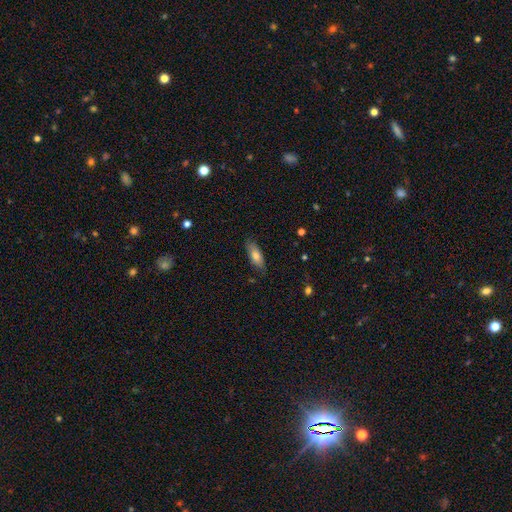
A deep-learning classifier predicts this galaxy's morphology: Smooth or featured?
  - smooth: 76% *
  - featured or disk: 17%
  - star or artifact: 7%
How rounded?
  - in between: 69% *
  - cigar-shaped: 28%
  - round: 2%
Merging?
  - none: 81% *
  - minor disturbance: 15%
  - major disturbance: 3%
  - merger: 1%